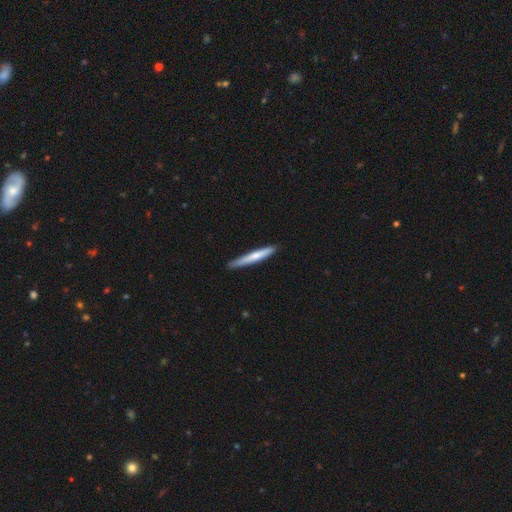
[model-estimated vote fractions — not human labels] Smooth or featured? smooth (61%)
How rounded? cigar-shaped (95%)
Merging? none (86%)